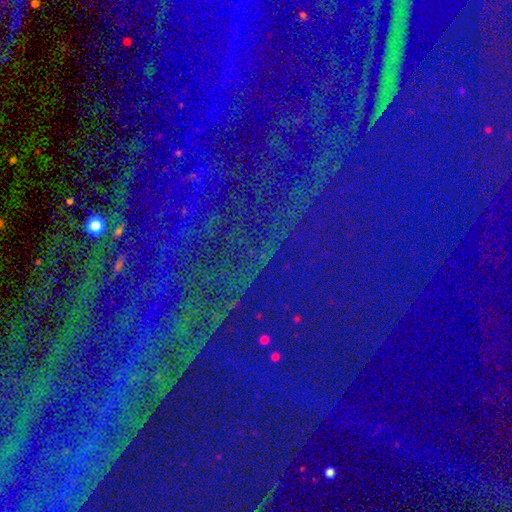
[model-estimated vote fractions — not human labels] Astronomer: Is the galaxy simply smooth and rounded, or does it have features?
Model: star or artifact — 86%.